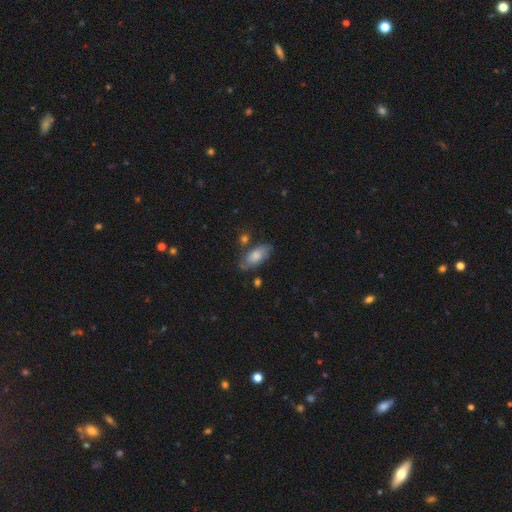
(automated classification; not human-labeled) A smooth galaxy with no disk features (57%) that is in between round and cigar-shaped (86%). Merging: none (65%).